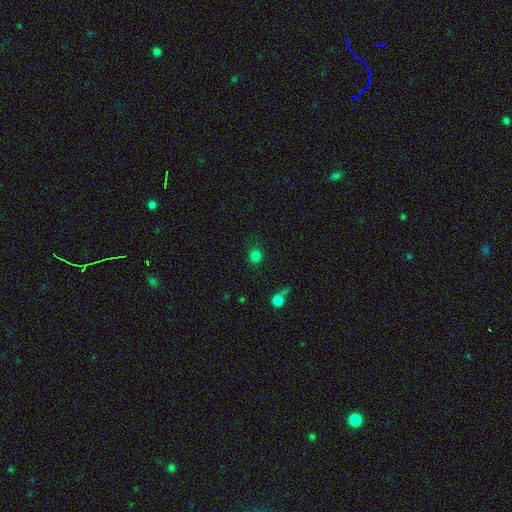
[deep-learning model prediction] Smooth or featured? smooth (81%)
How rounded? round (89%)
Merging? none (82%)